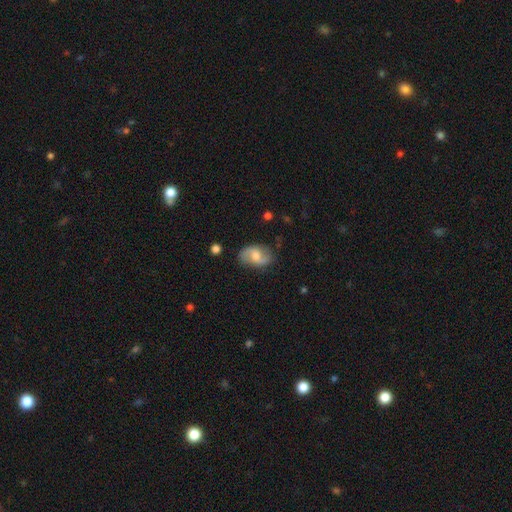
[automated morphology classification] featured or disk 65%, smooth 28%, star or artifact 7%. Down the decision tree: edge-on disk — no (97%); bar — no (46%); spiral arms — yes (92%); spiral arm count — 2 (90%); spiral winding — loose (56%); bulge size — moderate (57%); merging — none (77%).